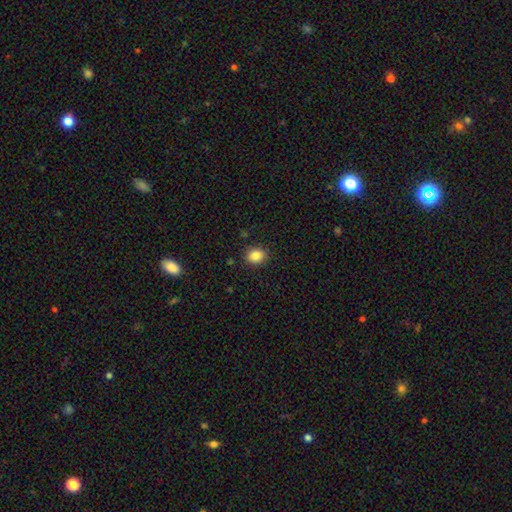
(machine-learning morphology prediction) This appears to be a smooth galaxy with no disk features (86%) that is round (52%). Merging: none (88%).